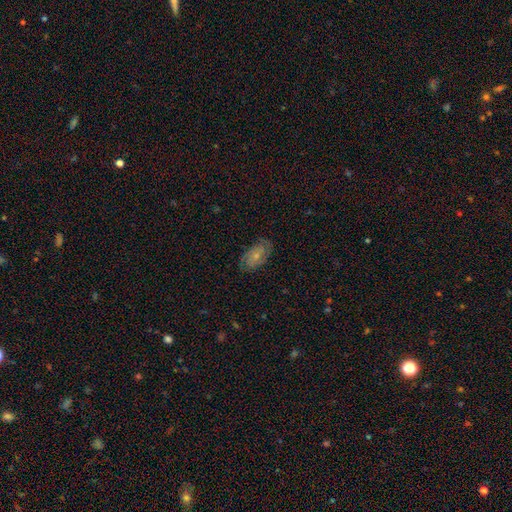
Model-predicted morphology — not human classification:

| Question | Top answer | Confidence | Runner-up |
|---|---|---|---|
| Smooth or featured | featured or disk | 60% | smooth (32%) |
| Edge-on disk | no | 94% | yes (6%) |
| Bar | no | 69% | weak (26%) |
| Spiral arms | yes | 86% | no (14%) |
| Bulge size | small | 58% | moderate (35%) |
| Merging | none | 78% | minor disturbance (16%) |